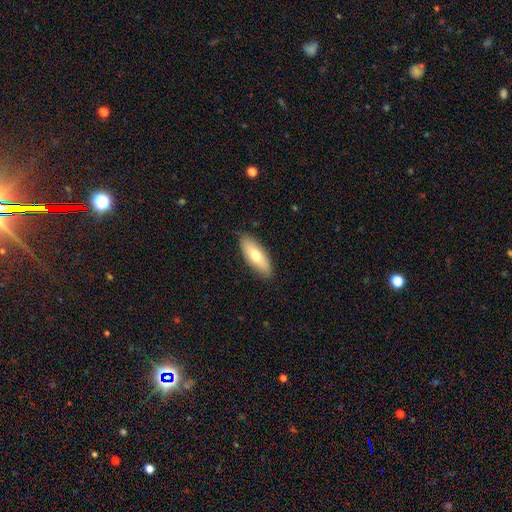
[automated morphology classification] Overall: smooth (67%; featured or disk 27%). How rounded: in between (71%). Merging: none (86%).